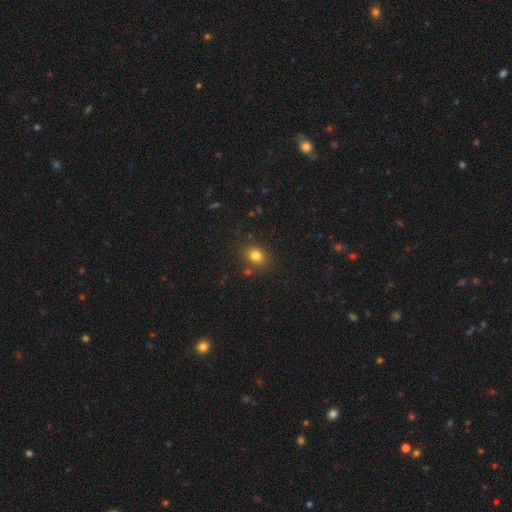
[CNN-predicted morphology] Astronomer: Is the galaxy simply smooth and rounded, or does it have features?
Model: smooth — 80%.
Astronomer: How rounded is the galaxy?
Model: round — 56% (runner-up: in between, 43%).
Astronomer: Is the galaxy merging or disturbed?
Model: none — 80%.